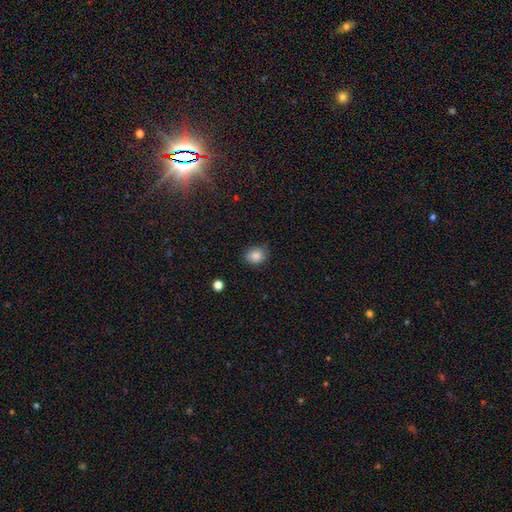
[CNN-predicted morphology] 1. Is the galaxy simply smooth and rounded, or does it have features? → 85% smooth, 10% star or artifact, 5% featured or disk.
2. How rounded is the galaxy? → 58% round, 41% in between, 1% cigar-shaped.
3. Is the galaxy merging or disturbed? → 75% none, 20% minor disturbance, 4% major disturbance, 1% merger.